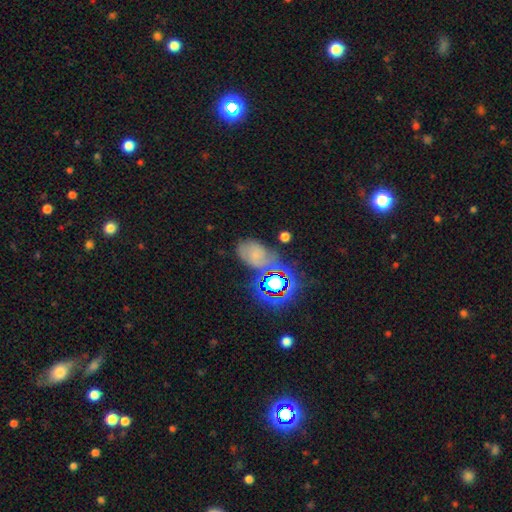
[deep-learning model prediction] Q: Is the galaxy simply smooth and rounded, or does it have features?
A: smooth — 40%.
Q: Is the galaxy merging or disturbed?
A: none — 52%.